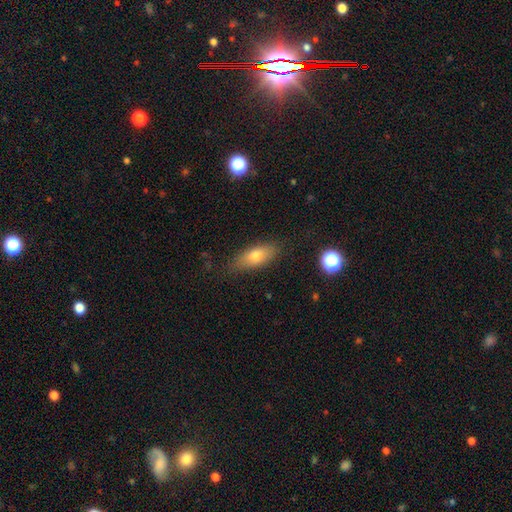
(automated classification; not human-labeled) A smooth galaxy with no disk features (71%) that is in between round and cigar-shaped (73%).

Vote fractions:
- Smooth or featured? smooth: 71% / featured or disk: 21% / star or artifact: 8%
- How rounded? in between: 73% / cigar-shaped: 22% / round: 5%
- Merging? none: 79% / minor disturbance: 15% / major disturbance: 4% / merger: 2%